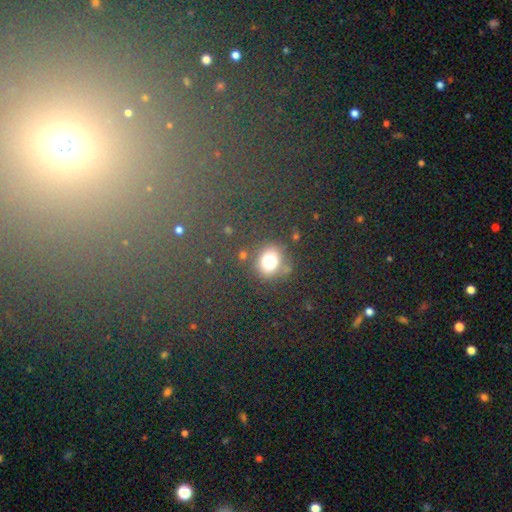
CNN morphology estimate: A star or artifact, not a galaxy (48%).

Vote fractions:
- Smooth or featured? star or artifact: 48% / smooth: 44% / featured or disk: 8%